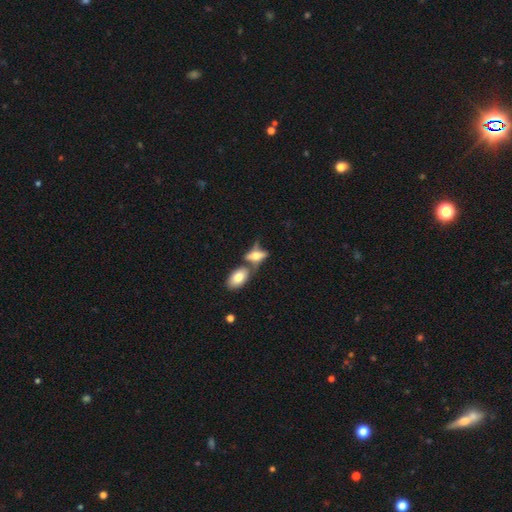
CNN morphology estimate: smooth-or-featured: smooth: 46% | featured or disk: 45% | star or artifact: 9%
  merging: none: 43% | merger: 37% | minor disturbance: 14% | major disturbance: 7%